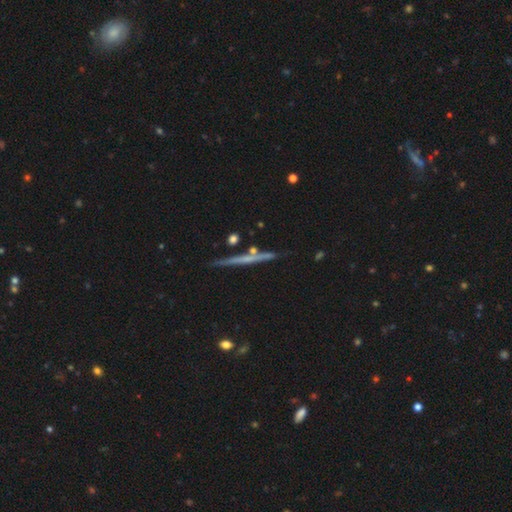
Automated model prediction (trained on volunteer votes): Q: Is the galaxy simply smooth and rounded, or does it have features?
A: featured or disk — 57%.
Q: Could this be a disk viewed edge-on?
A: yes — 95%.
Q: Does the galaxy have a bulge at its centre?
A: none — 80%.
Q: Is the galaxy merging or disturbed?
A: none — 80%.